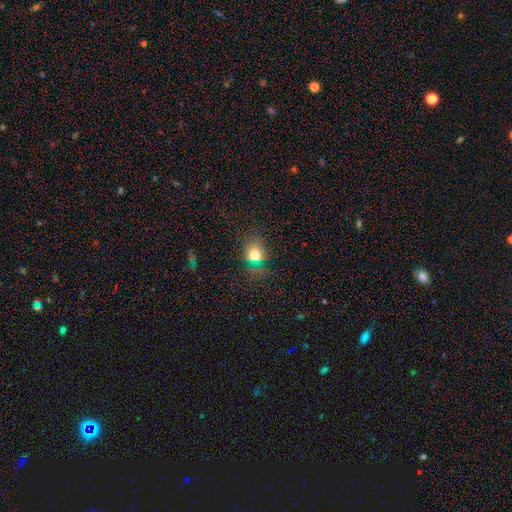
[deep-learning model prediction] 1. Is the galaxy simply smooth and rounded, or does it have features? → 67% smooth, 24% star or artifact, 9% featured or disk.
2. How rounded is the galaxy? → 70% round, 29% in between, 2% cigar-shaped.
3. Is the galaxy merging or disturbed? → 74% none, 16% minor disturbance, 7% major disturbance, 3% merger.